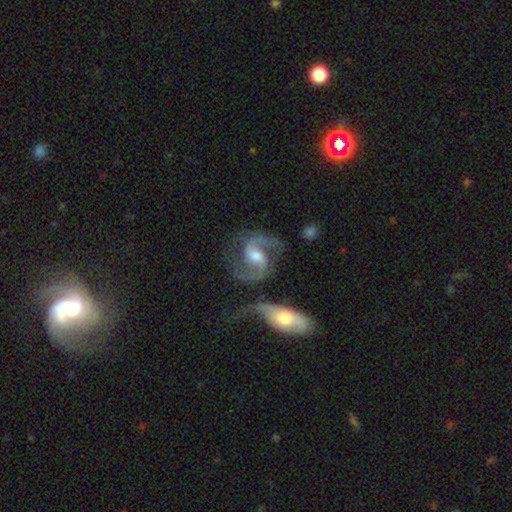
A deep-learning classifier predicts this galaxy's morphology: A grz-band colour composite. It shows a featured or disk galaxy (91%) with a weak bar (48%), 2 (93%) medium (58%) spiral arms (98%) and a moderate central bulge (64%). Merging: none (62%).